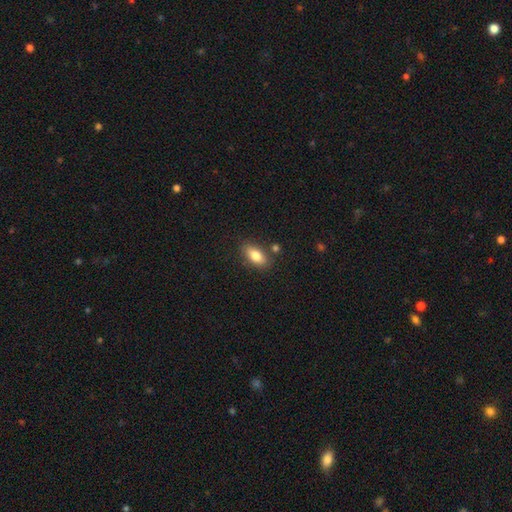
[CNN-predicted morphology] smooth_or_featured: smooth (p=0.81) [alt: featured or disk p=0.12]
how_rounded: in between (p=0.87) [alt: cigar-shaped p=0.08]
merging: none (p=0.79) [alt: minor disturbance p=0.12]